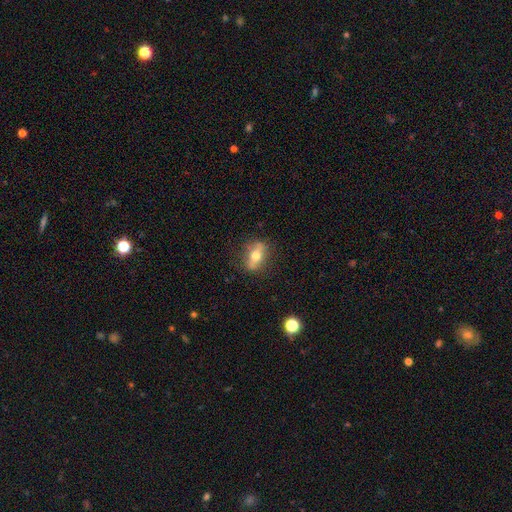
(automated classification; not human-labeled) smooth 46% (tied), featured or disk 46% (tied), star or artifact 8%. Down the decision tree: merging — none (81%).